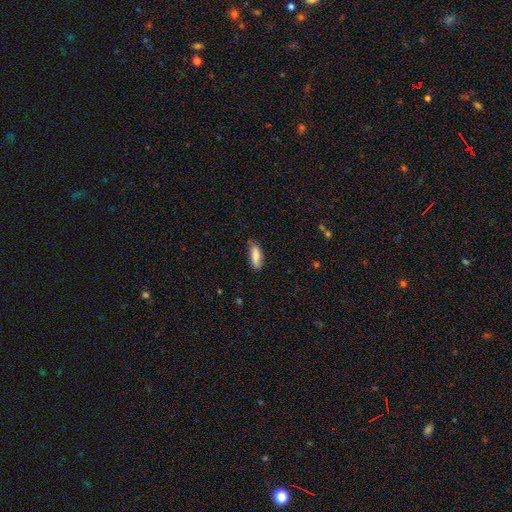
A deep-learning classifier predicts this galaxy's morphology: Overall: smooth (81%). How rounded: in between (59%; cigar-shaped 40%). Merging: none (80%).